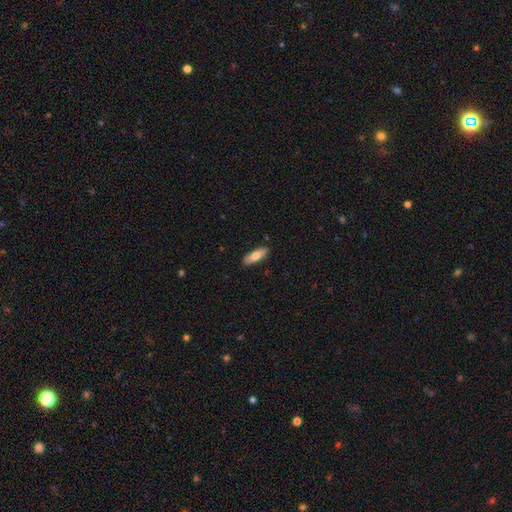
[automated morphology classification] Smooth or featured? smooth (72%)
How rounded? in between (63%)
Merging? none (89%)